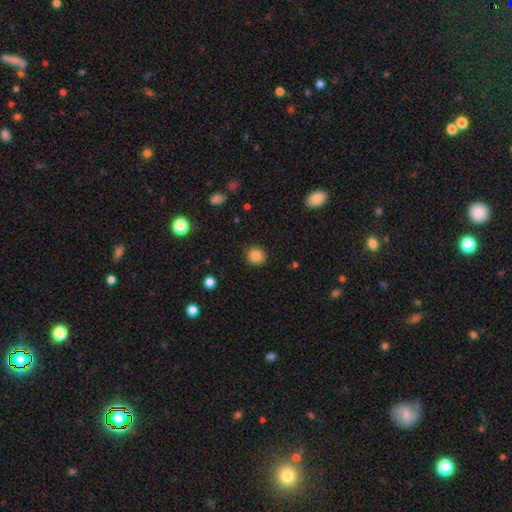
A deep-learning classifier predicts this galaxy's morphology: This is clearly a smooth galaxy (85%). How rounded: clearly round (89%). Merging: clearly none (91%).